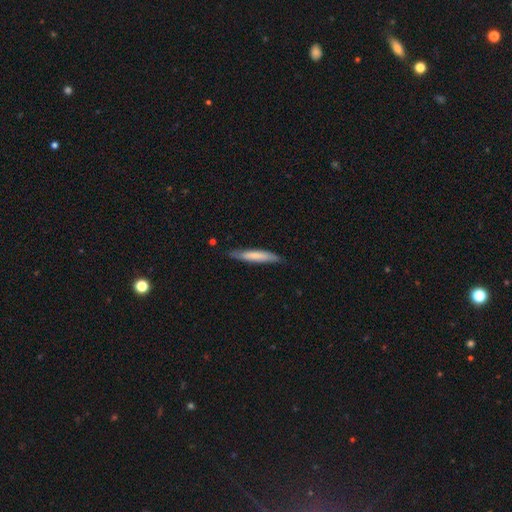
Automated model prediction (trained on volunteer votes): smooth-or-featured: smooth: 69% | featured or disk: 26% | star or artifact: 5%
  how-rounded: cigar-shaped: 92% | in between: 7% | round: 1%
  merging: none: 82% | minor disturbance: 14% | major disturbance: 2% | merger: 1%